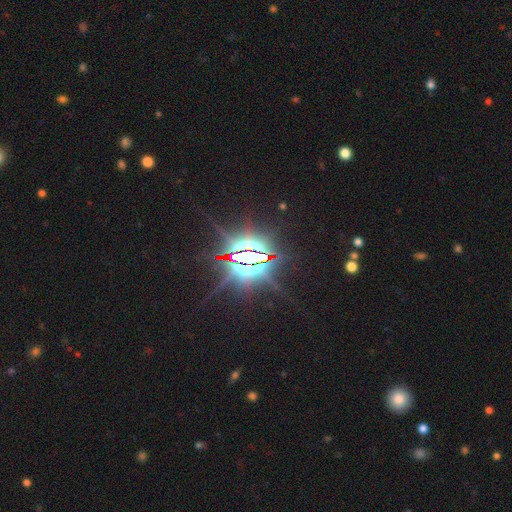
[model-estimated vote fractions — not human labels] smooth-or-featured: star or artifact: 88% | featured or disk: 7% | smooth: 6%